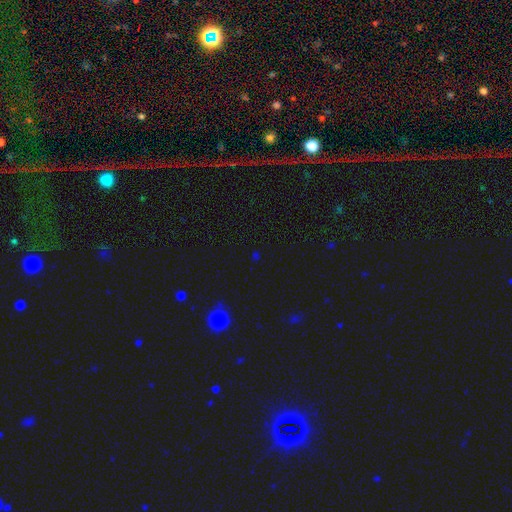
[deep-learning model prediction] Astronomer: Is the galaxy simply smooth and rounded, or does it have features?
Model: star or artifact — 60%.